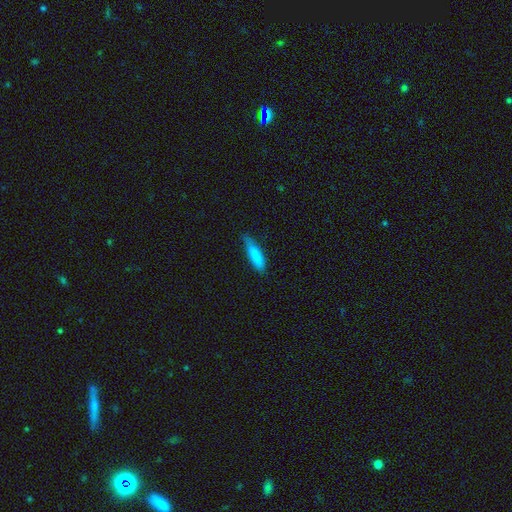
smooth 95%, star or artifact 5%, featured or disk 0%. Down the decision tree: how rounded — cigar-shaped (69%); merging — none (78%).